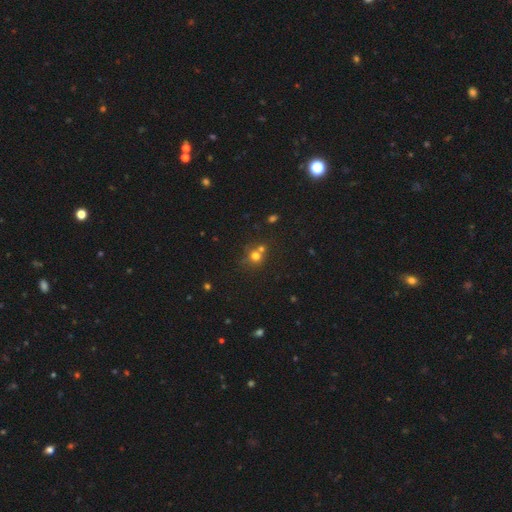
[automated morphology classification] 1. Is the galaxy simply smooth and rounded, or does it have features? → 69% smooth, 20% star or artifact, 12% featured or disk.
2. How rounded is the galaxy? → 86% round, 13% in between, 1% cigar-shaped.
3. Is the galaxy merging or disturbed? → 52% none, 35% merger, 9% minor disturbance, 4% major disturbance.